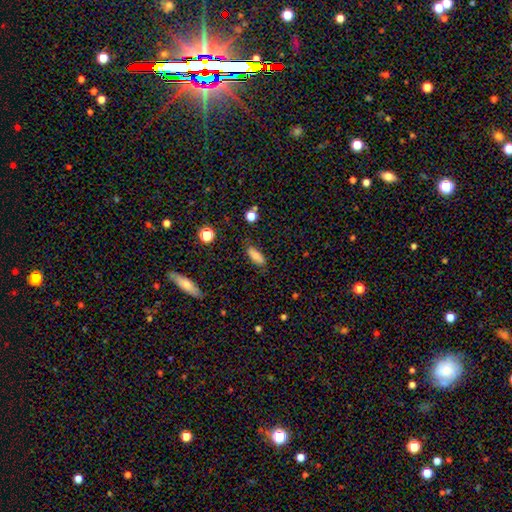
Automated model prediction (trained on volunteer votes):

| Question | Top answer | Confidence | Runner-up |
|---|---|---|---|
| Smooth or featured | smooth | 82% | featured or disk (9%) |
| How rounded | in between | 76% | cigar-shaped (21%) |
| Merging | none | 81% | minor disturbance (14%) |